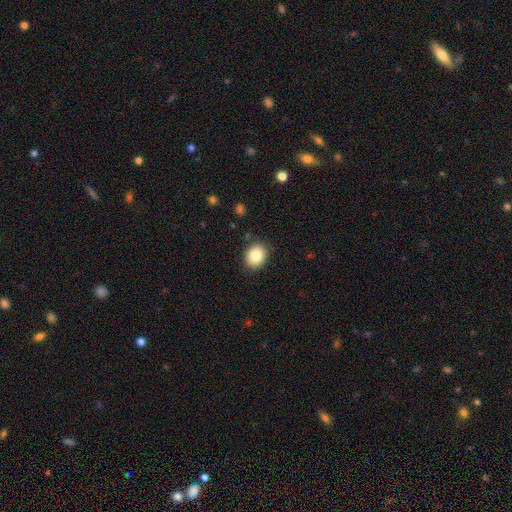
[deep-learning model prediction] Smooth or featured: smooth — 84% (star or artifact — 9%)
How rounded: round — 56% (in between — 43%)
Merging: none — 87% (minor disturbance — 9%)